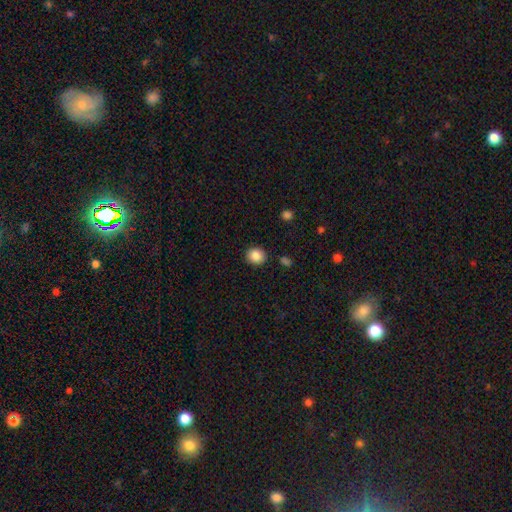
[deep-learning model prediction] Smooth or featured?
  - smooth: 87% *
  - star or artifact: 9%
  - featured or disk: 4%
How rounded?
  - round: 78% *
  - in between: 21%
  - cigar-shaped: 1%
Merging?
  - none: 88% *
  - minor disturbance: 8%
  - major disturbance: 2%
  - merger: 2%